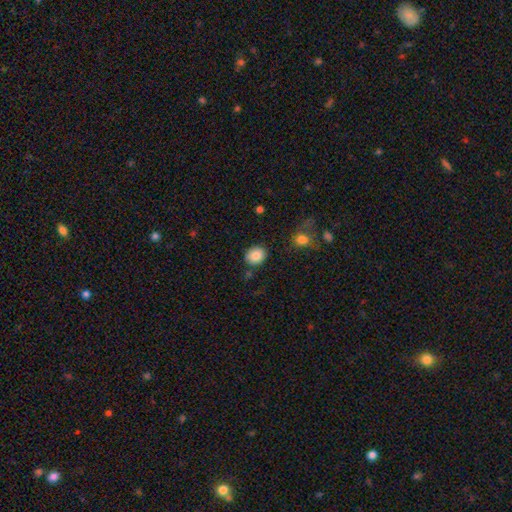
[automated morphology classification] Smooth or featured?
  - smooth: 84% *
  - star or artifact: 8%
  - featured or disk: 7%
How rounded?
  - round: 62% *
  - in between: 37%
  - cigar-shaped: 1%
Merging?
  - none: 83% *
  - minor disturbance: 10%
  - merger: 4%
  - major disturbance: 3%